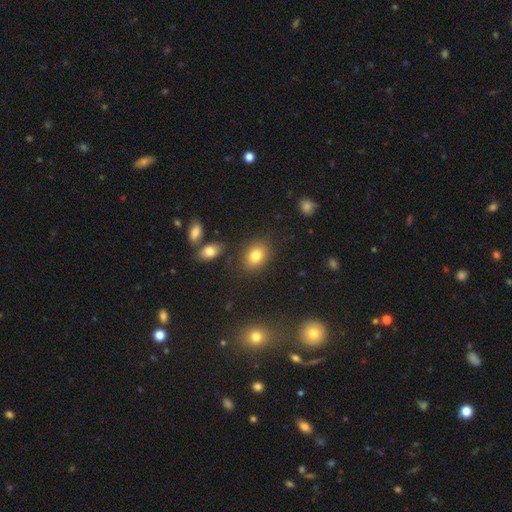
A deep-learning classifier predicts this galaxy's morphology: Smooth or featured? smooth (80%)
How rounded? in between (65%)
Merging? none (83%)